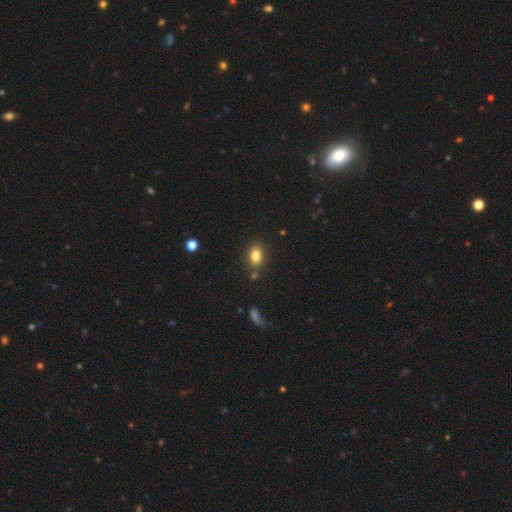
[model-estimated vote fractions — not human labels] smooth_or_featured: smooth (p=0.83) [alt: star or artifact p=0.10]
how_rounded: in between (p=0.78) [alt: round p=0.20]
merging: none (p=0.81) [alt: minor disturbance p=0.11]